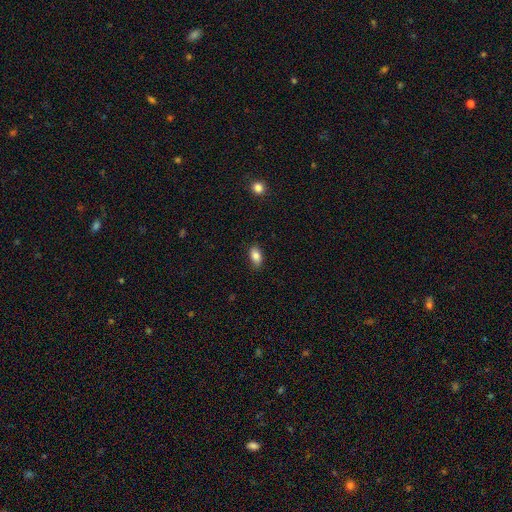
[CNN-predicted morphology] smooth-or-featured: smooth: 85% | star or artifact: 8% | featured or disk: 6%
  how-rounded: in between: 89% | round: 9% | cigar-shaped: 3%
  merging: none: 84% | minor disturbance: 13% | major disturbance: 2% | merger: 1%